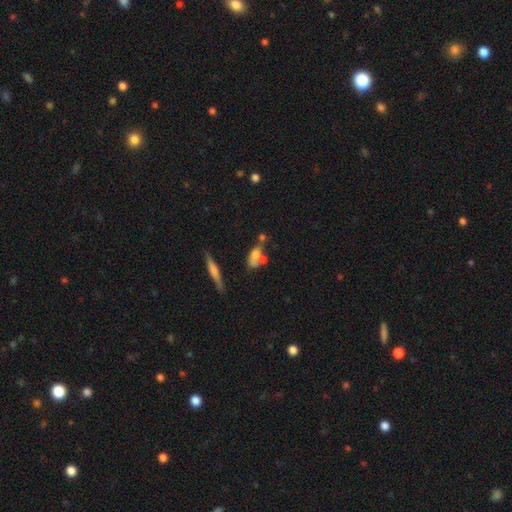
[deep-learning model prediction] Q: Smooth or featured?
A: smooth (62%); runner-up: featured or disk (27%)
Q: How rounded?
A: in between (65%); runner-up: cigar-shaped (23%)
Q: Merging?
A: merger (38%); runner-up: none (36%)